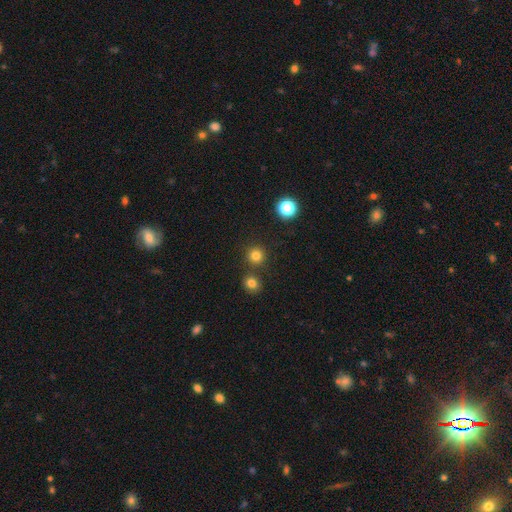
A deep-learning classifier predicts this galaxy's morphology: A smooth galaxy with no disk features (79%) that is round (94%). Merging: none (83%).